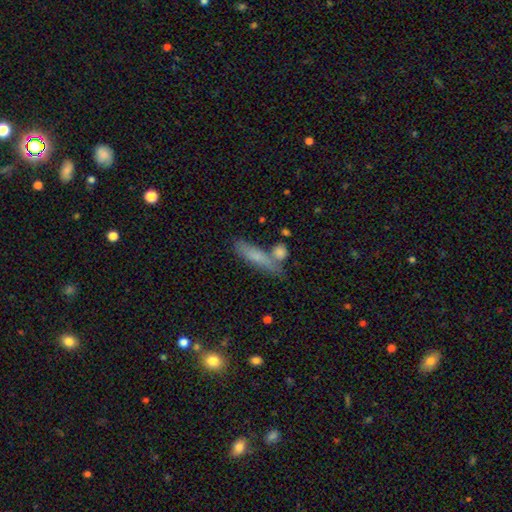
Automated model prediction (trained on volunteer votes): Morphology: type=smooth (72%); roundness=cigar-shaped (72%); merging=none (58%).